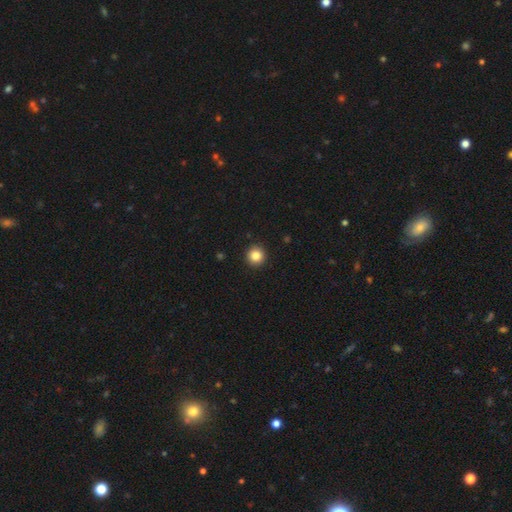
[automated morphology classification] The model was most divided on "smooth or featured": smooth: 85%, star or artifact: 10%, featured or disk: 5%. More confident: how rounded — round (95%); merging — none (93%).